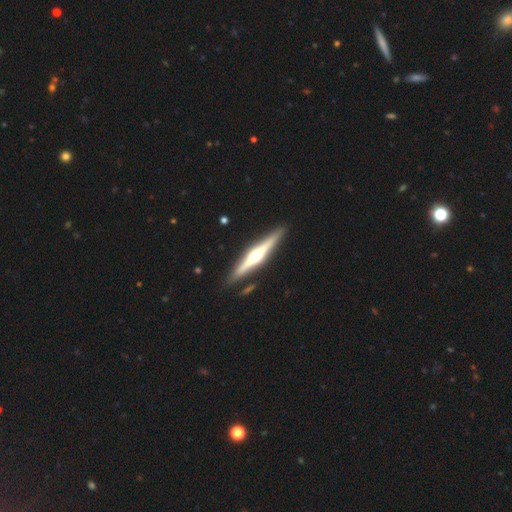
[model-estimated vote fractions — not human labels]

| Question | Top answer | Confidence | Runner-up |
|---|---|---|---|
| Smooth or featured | featured or disk | 78% | smooth (18%) |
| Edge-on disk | yes | 98% | no (2%) |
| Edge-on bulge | rounded | 94% | boxy (4%) |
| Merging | none | 89% | minor disturbance (8%) |